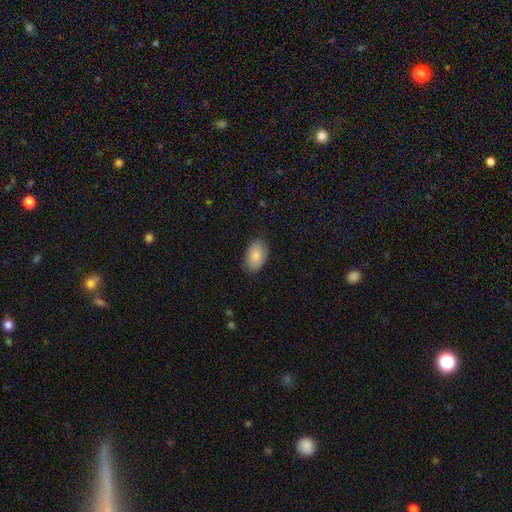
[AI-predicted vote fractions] smooth_or_featured: smooth (p=0.85) [alt: featured or disk p=0.09]
how_rounded: in between (p=0.92) [alt: round p=0.07]
merging: none (p=0.84) [alt: minor disturbance p=0.13]